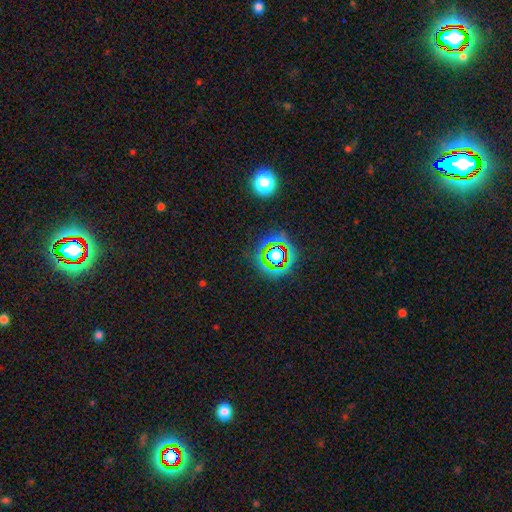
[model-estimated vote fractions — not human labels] smooth-or-featured: star or artifact: 77% | smooth: 13% | featured or disk: 10%